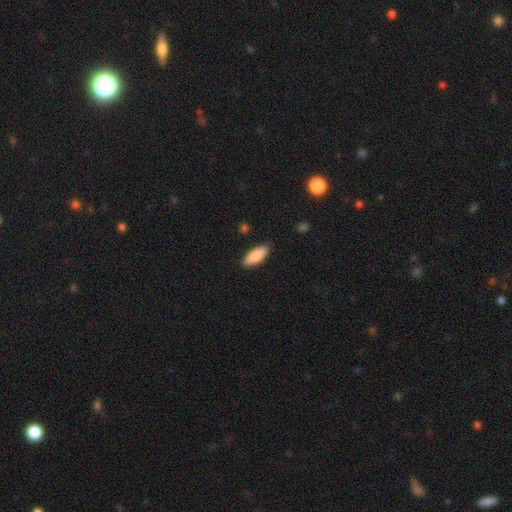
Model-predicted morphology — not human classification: type=smooth (88%); roundness=in between (77%); merging=none (85%).